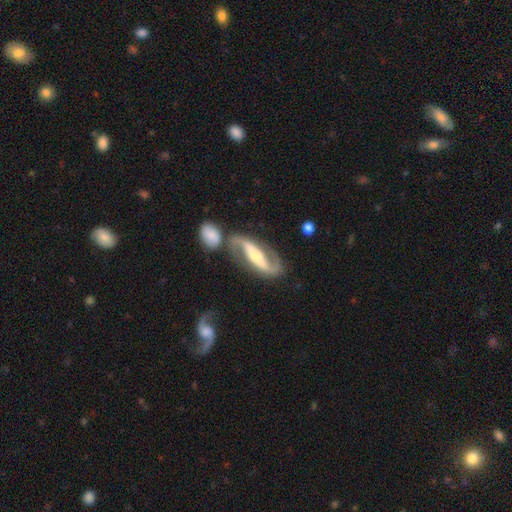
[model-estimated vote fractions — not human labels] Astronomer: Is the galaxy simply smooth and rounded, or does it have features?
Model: featured or disk — 86%.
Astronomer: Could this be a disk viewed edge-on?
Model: no — 87%.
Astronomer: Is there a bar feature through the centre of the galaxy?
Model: strong — 62%.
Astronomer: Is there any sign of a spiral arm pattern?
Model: yes — 95%.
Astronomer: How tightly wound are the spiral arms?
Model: medium — 42% (runner-up: loose, 41%).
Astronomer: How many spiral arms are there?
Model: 2 — 92%.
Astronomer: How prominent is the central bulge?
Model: moderate — 56%.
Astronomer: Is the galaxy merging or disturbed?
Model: none — 64%.